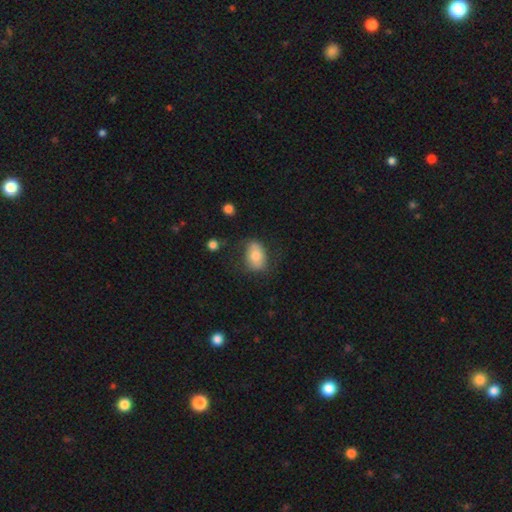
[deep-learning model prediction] This is likely a smooth galaxy (70%). How rounded: clearly in between (83%). Merging: likely none (66%).